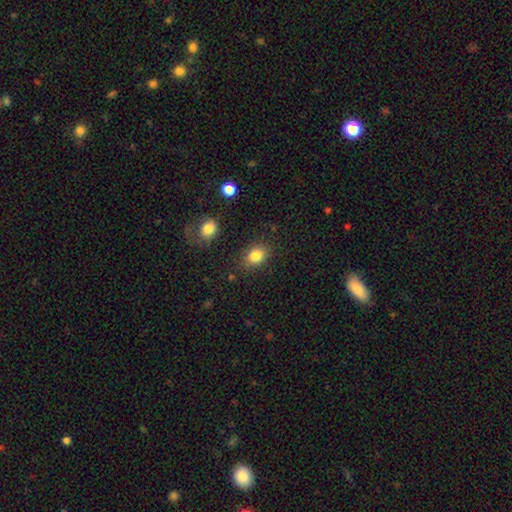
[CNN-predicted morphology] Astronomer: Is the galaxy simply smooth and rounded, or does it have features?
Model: smooth — 84%.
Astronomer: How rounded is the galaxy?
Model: in between — 62%.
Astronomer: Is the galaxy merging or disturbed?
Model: none — 82%.